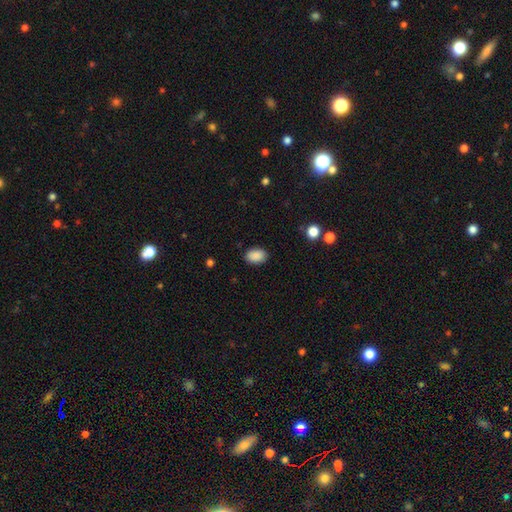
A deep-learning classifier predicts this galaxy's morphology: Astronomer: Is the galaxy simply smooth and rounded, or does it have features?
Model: smooth — 89%.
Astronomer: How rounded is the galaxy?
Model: in between — 85%.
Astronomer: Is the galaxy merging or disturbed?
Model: none — 87%.